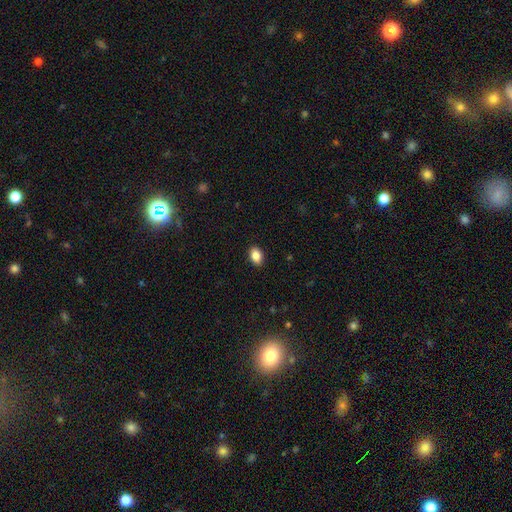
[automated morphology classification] A smooth galaxy with no disk features (87%) that is in between round and cigar-shaped (83%).

Vote fractions:
- Smooth or featured? smooth: 87% / star or artifact: 8% / featured or disk: 5%
- How rounded? in between: 83% / round: 16% / cigar-shaped: 1%
- Merging? none: 90% / minor disturbance: 7% / major disturbance: 2% / merger: 1%